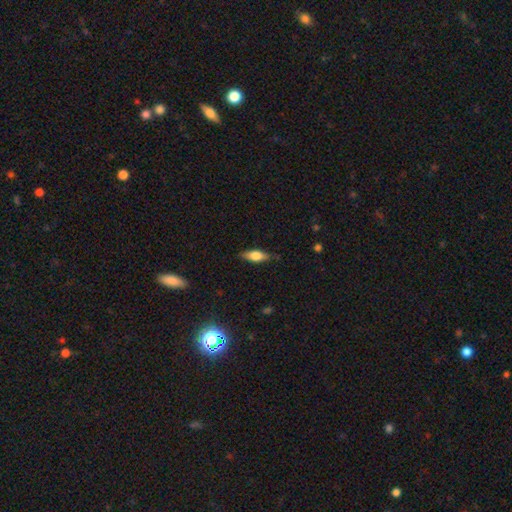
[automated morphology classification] A smooth galaxy with no disk features (65%) that is in between round and cigar-shaped (67%).

Vote fractions:
- Smooth or featured? smooth: 65% / featured or disk: 28% / star or artifact: 7%
- How rounded? in between: 67% / cigar-shaped: 30% / round: 3%
- Merging? none: 81% / minor disturbance: 15% / major disturbance: 3% / merger: 1%